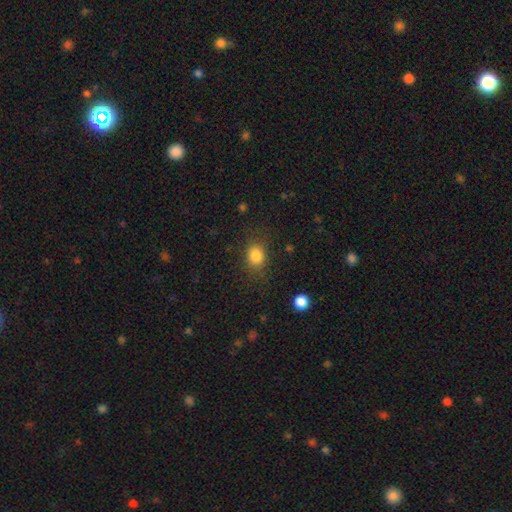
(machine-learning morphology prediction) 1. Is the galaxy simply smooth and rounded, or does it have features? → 83% smooth, 11% star or artifact, 6% featured or disk.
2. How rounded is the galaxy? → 55% round, 44% in between, 1% cigar-shaped.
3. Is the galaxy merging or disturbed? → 77% none, 14% minor disturbance, 7% major disturbance, 2% merger.